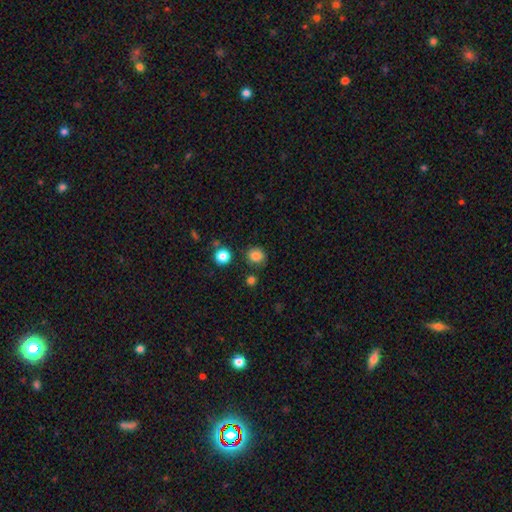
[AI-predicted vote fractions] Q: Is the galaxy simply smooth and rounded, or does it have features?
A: smooth — 83%.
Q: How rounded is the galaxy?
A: round — 84%.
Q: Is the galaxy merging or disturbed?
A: none — 83%.